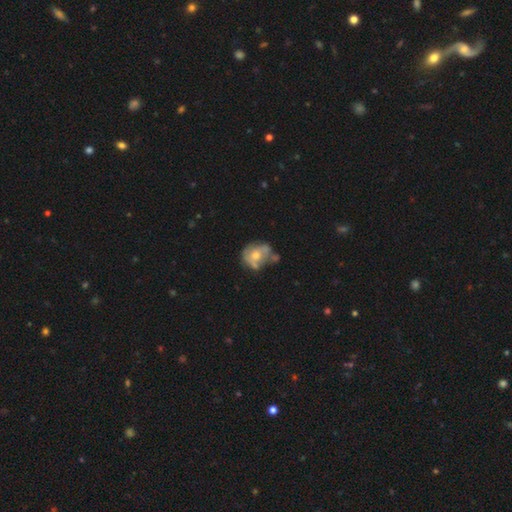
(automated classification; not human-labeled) Overall: featured or disk (49%; smooth 43%). Merging: none (38%; minor disturbance 28%).